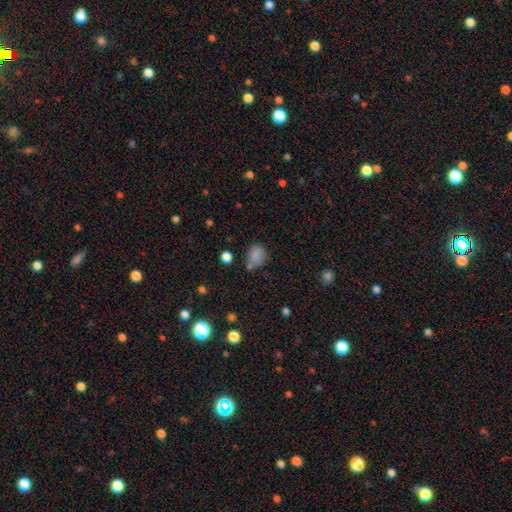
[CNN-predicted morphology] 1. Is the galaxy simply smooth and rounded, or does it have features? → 81% smooth, 12% star or artifact, 7% featured or disk.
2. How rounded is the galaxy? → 56% in between, 42% round, 1% cigar-shaped.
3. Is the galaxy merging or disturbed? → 61% none, 23% minor disturbance, 9% merger, 7% major disturbance.